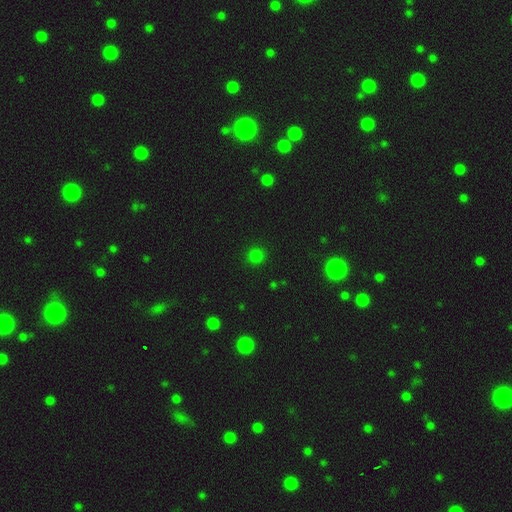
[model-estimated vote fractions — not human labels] Smooth or featured? Predicted: smooth (p=0.77). How rounded? Predicted: round (p=0.91). Merging? Predicted: none (p=0.90).